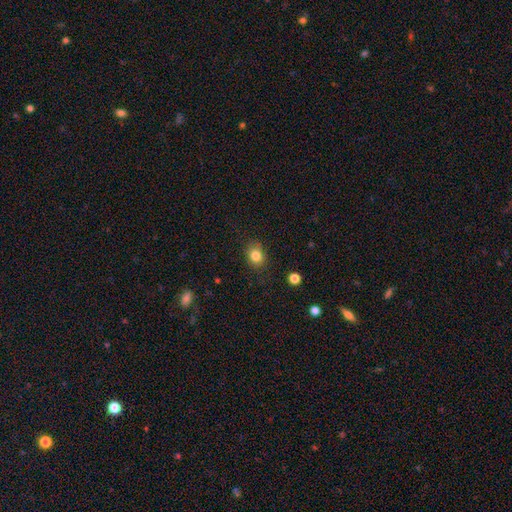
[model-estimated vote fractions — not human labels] The model was most divided on "how rounded": round: 53%, in between: 46%, cigar-shaped: 1%. More confident: smooth or featured — smooth (83%); merging — none (82%).